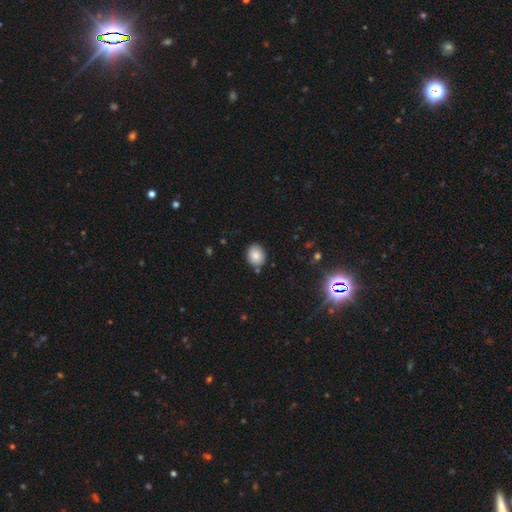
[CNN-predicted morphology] smooth-or-featured: smooth: 82% | star or artifact: 9% | featured or disk: 8%
  how-rounded: round: 50% | in between: 49% | cigar-shaped: 1%
  merging: none: 82% | minor disturbance: 12% | merger: 4% | major disturbance: 2%